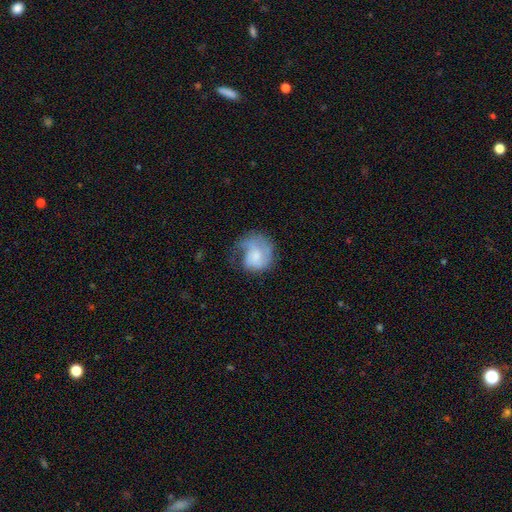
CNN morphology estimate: Smooth or featured? featured or disk (52%)
Edge-on disk? no (98%)
Bar? no (70%)
Spiral arms? yes (79%)
Bulge size? small (36%, tied with moderate)
Merging? major disturbance (37%)